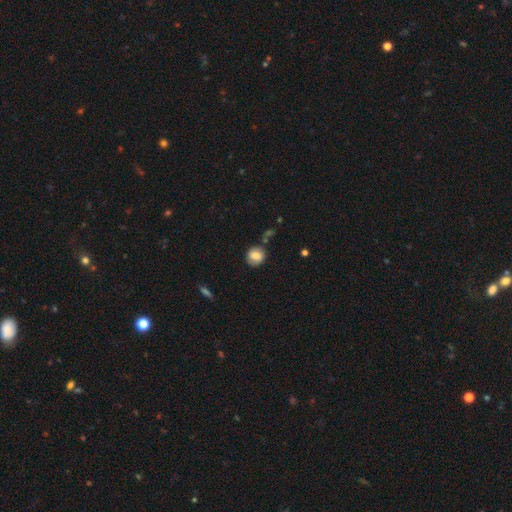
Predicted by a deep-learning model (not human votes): Smooth or featured: smooth — 71% (featured or disk — 21%)
How rounded: round — 75% (in between — 24%)
Merging: none — 71% (minor disturbance — 18%)